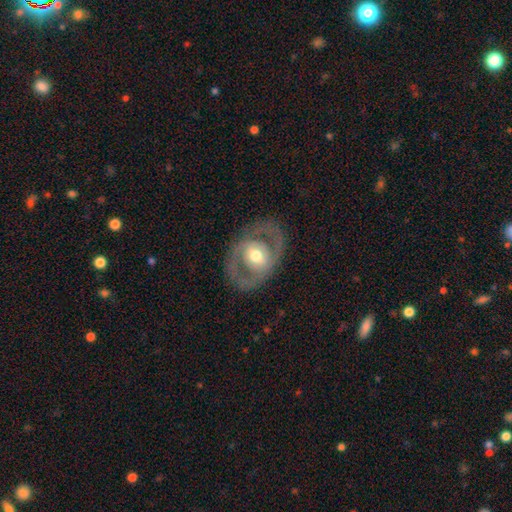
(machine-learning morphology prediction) The model was most divided on "spiral arms": no: 56%, yes: 44%. More confident: edge-on disk — no (94%); merging — none (76%); smooth or featured — featured or disk (70%); bulge size — moderate (69%); bar — no (53%).